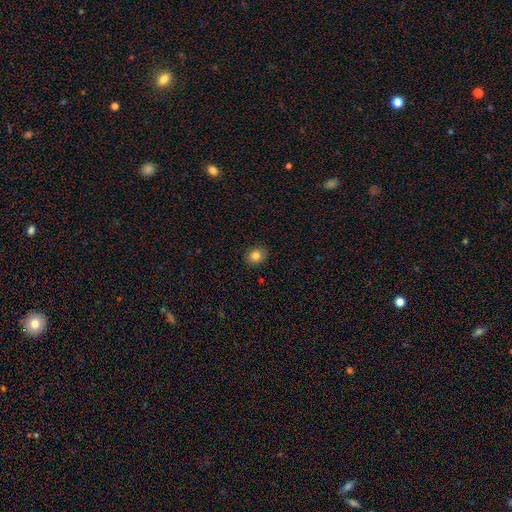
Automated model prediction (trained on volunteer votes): Smooth or featured: smooth — 83% (star or artifact — 11%)
How rounded: round — 70% (in between — 29%)
Merging: none — 89% (minor disturbance — 8%)